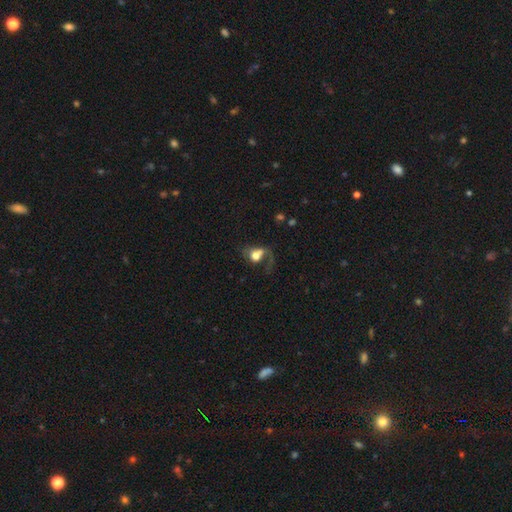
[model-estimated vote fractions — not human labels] Overall: smooth (49%; featured or disk 40%). Merging: major disturbance (43%; merger 23%).